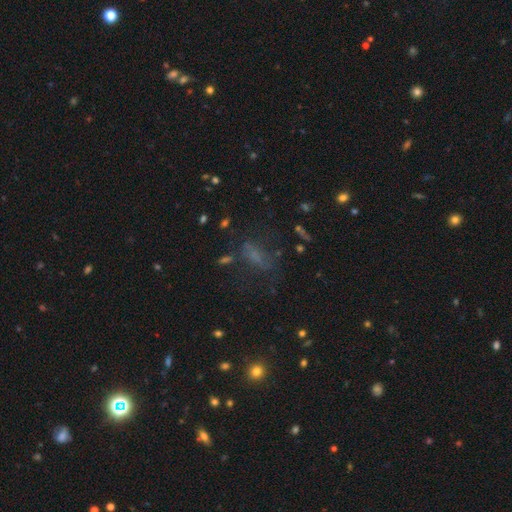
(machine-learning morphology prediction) Smooth or featured? Predicted: smooth (p=0.47). Merging? Predicted: none (p=0.50).